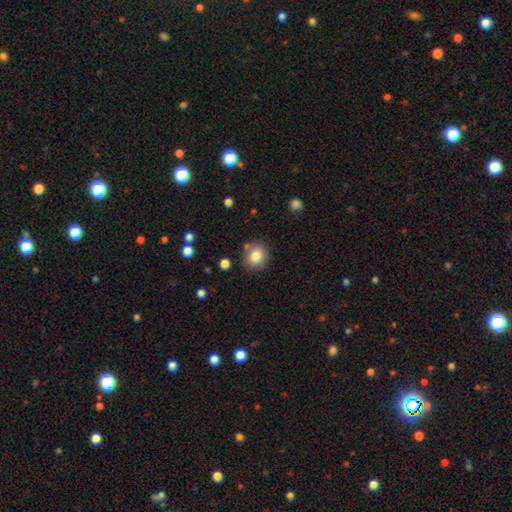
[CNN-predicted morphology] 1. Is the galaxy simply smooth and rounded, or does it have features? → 82% smooth, 10% star or artifact, 8% featured or disk.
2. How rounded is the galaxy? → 81% round, 18% in between, 1% cigar-shaped.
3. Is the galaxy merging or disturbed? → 82% none, 10% minor disturbance, 5% merger, 3% major disturbance.